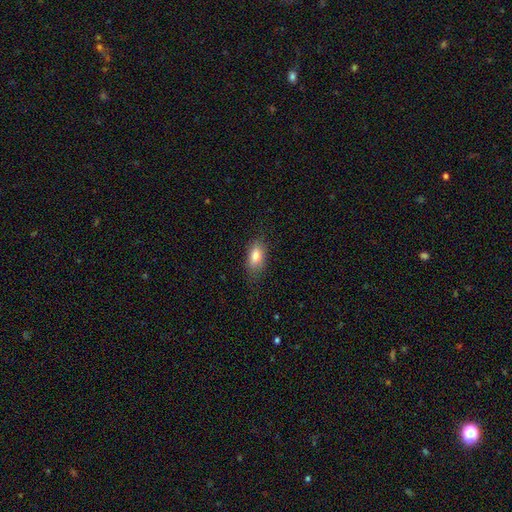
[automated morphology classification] This appears to be a smooth galaxy with no disk features (81%) that is in between round and cigar-shaped (87%). Merging: none (76%).